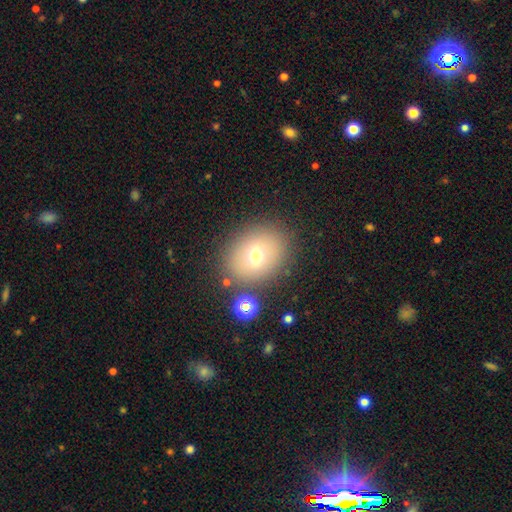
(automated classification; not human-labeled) smooth 64%, featured or disk 24%, star or artifact 12%. Down the decision tree: how rounded — in between (50%); merging — none (81%).